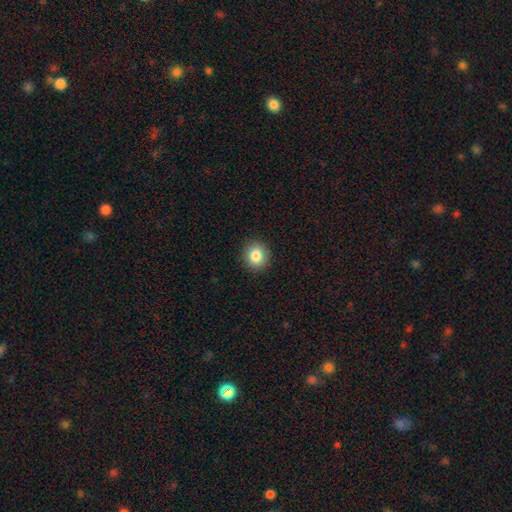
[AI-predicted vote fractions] Q: Smooth or featured?
A: smooth (84%); runner-up: star or artifact (10%)
Q: How rounded?
A: round (82%); runner-up: in between (17%)
Q: Merging?
A: none (91%); runner-up: minor disturbance (6%)